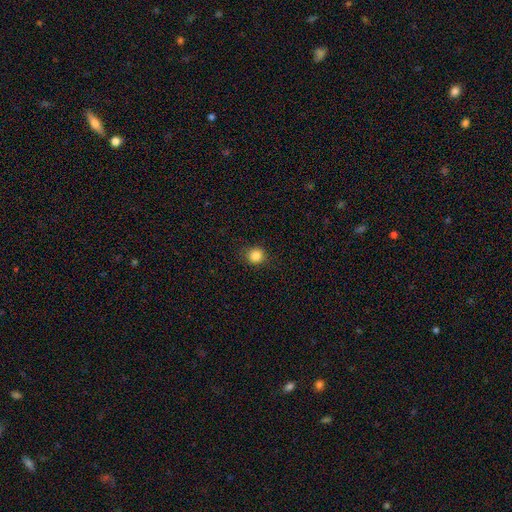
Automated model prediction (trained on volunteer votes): The model was most divided on "smooth or featured": smooth: 85%, star or artifact: 11%, featured or disk: 4%. More confident: how rounded — round (91%); merging — none (88%).